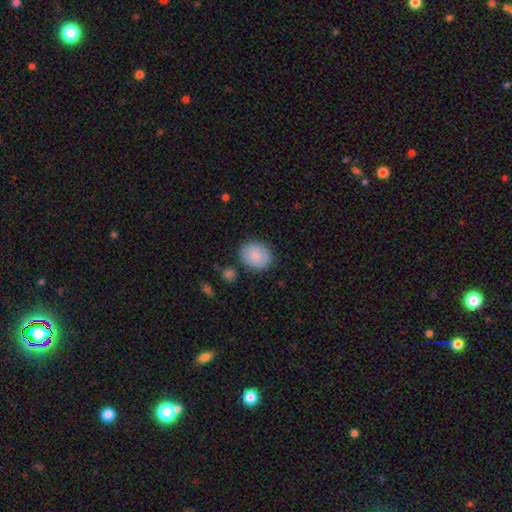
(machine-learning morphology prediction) A smooth galaxy with no disk features (82%) that is round (60%). Merging: none (81%).